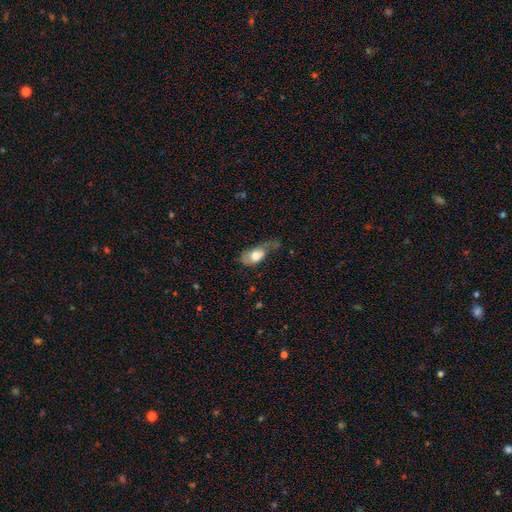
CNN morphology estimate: smooth_or_featured: smooth (p=0.66) [alt: featured or disk p=0.27]
how_rounded: in between (p=0.87) [alt: round p=0.08]
merging: major disturbance (p=0.38) [alt: minor disturbance p=0.36]